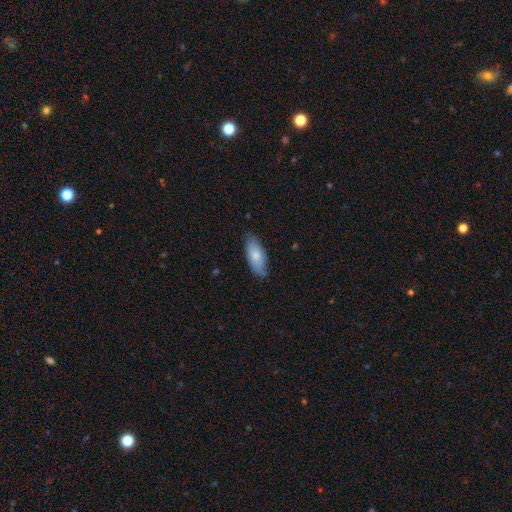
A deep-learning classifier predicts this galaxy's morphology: Smooth or featured: smooth — 76% (featured or disk — 18%)
How rounded: in between — 83% (cigar-shaped — 15%)
Merging: none — 77% (minor disturbance — 19%)